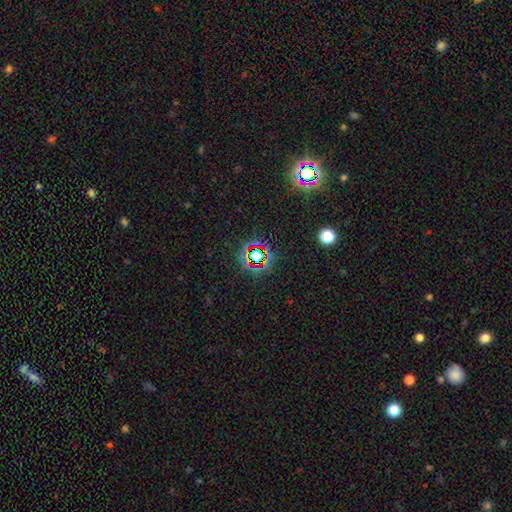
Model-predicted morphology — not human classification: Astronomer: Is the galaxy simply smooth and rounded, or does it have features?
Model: star or artifact — 75%.